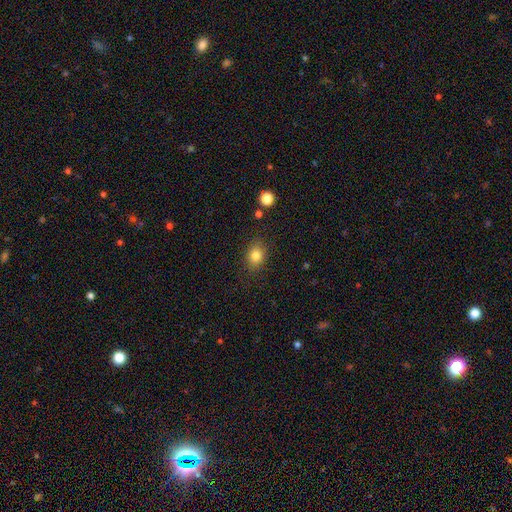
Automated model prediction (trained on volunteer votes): Morphology: type=smooth (81%); roundness=in between (52%); merging=none (84%).